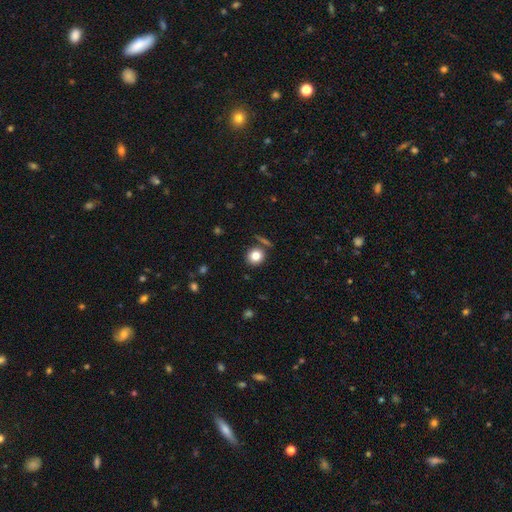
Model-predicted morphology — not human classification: type=smooth (80%); roundness=round (83%); merging=none (80%).